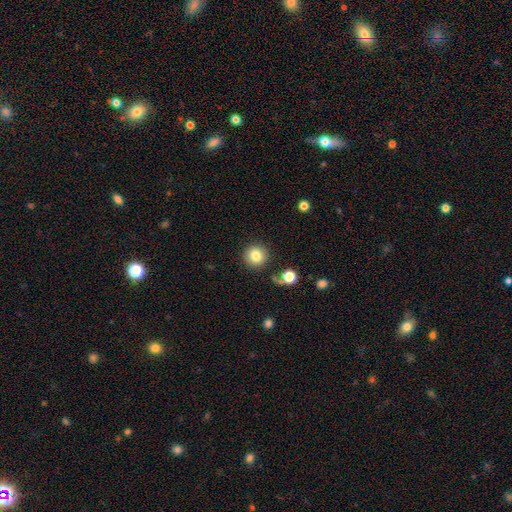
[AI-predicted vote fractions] smooth 82%, star or artifact 11%, featured or disk 7%. Down the decision tree: how rounded — round (93%); merging — none (86%).